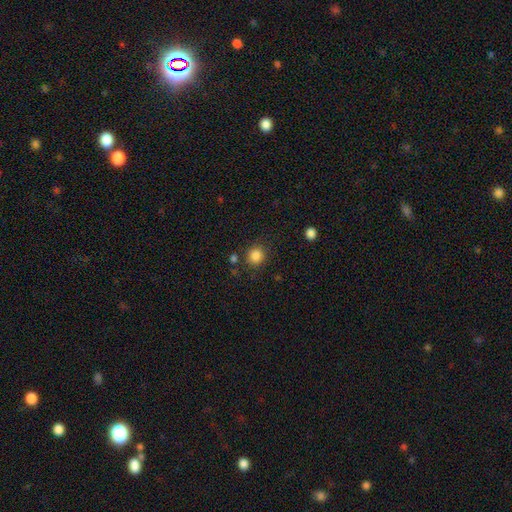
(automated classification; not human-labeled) This appears to be a smooth galaxy with no disk features (85%) that is round (88%). Merging: none (83%).